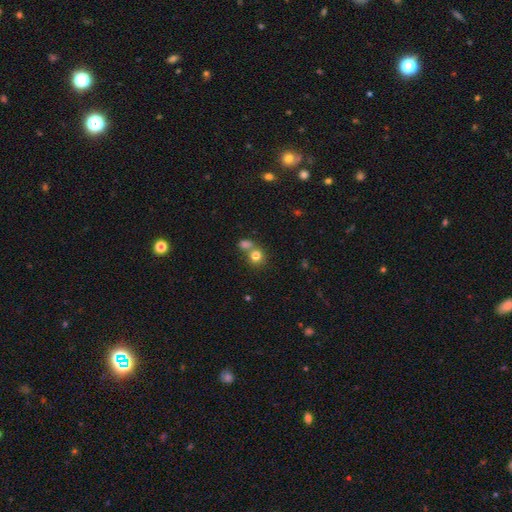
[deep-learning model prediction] This appears to be a smooth galaxy with no disk features (80%) that is round (81%). Merging: none (49%).